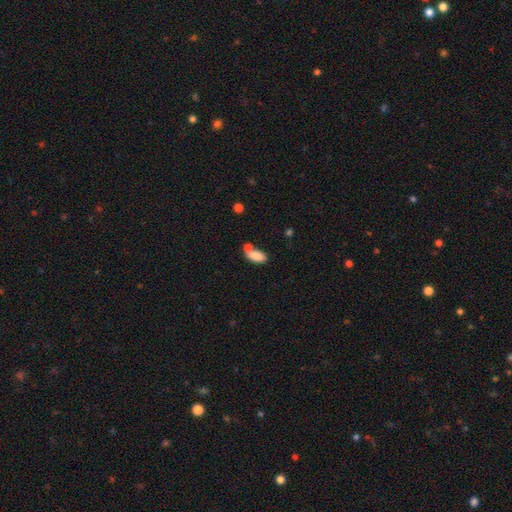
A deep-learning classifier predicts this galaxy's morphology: A smooth galaxy with no disk features (84%) that is in between round and cigar-shaped (92%). Merging: none (44%).